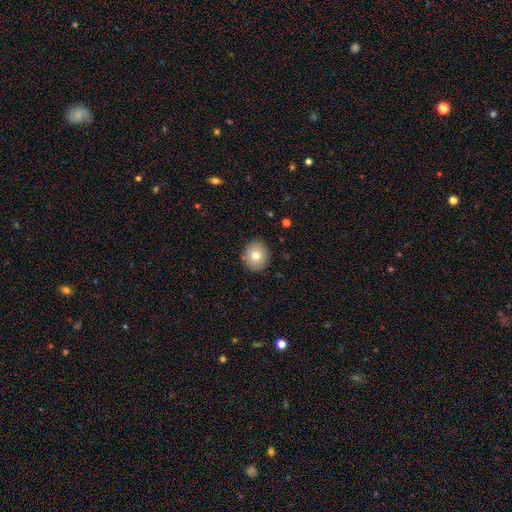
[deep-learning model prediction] A smooth galaxy with no disk features (76%) that is round (78%). Merging: none (89%).